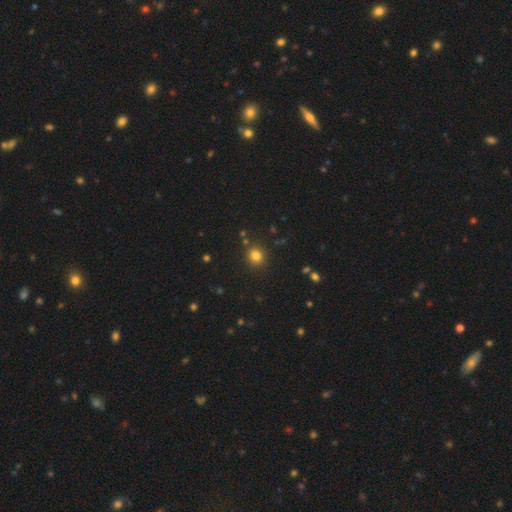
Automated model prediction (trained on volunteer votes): smooth 81%, star or artifact 14%, featured or disk 5%. Down the decision tree: how rounded — round (82%); merging — none (86%).